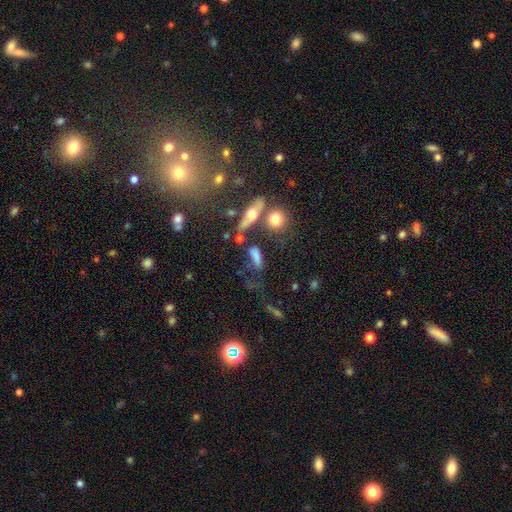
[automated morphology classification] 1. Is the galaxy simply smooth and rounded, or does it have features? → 67% smooth, 20% featured or disk, 13% star or artifact.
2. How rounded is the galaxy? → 47% in between, 43% cigar-shaped, 11% round.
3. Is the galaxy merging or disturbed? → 45% none, 20% minor disturbance, 19% merger, 16% major disturbance.